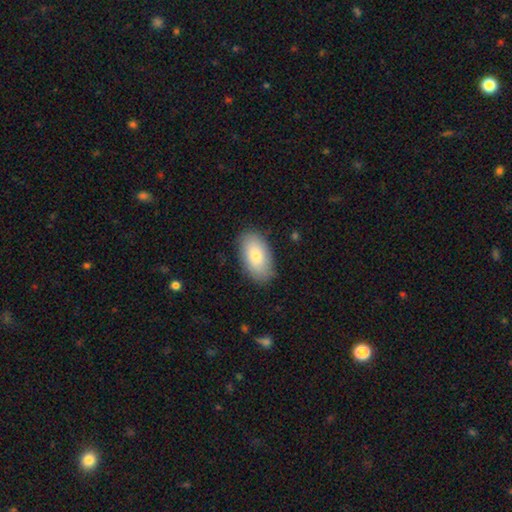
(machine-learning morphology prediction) smooth_or_featured: smooth (p=0.80) [alt: featured or disk p=0.14]
how_rounded: in between (p=0.95) [alt: round p=0.04]
merging: none (p=0.85) [alt: minor disturbance p=0.11]